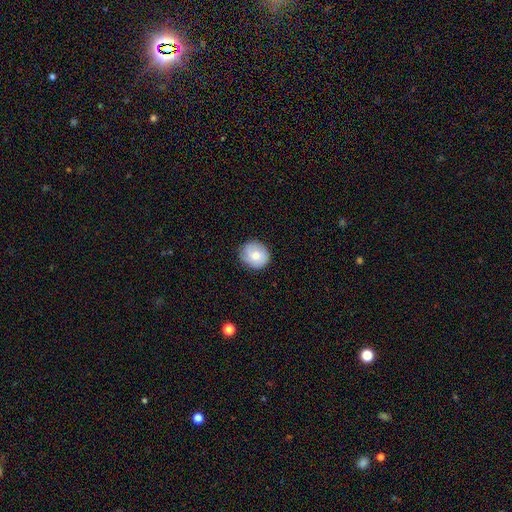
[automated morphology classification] Smooth or featured?
  - smooth: 69% *
  - featured or disk: 24%
  - star or artifact: 7%
How rounded?
  - round: 85% *
  - in between: 14%
  - cigar-shaped: 1%
Merging?
  - none: 83% *
  - minor disturbance: 13%
  - major disturbance: 3%
  - merger: 1%